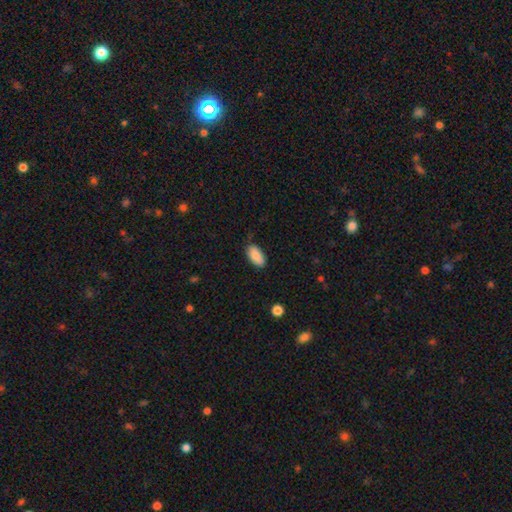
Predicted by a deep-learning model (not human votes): A smooth galaxy with no disk features (87%) that is in between round and cigar-shaped (93%).

Vote fractions:
- Smooth or featured? smooth: 87% / star or artifact: 7% / featured or disk: 6%
- How rounded? in between: 93% / cigar-shaped: 4% / round: 3%
- Merging? none: 77% / minor disturbance: 19% / major disturbance: 3% / merger: 1%